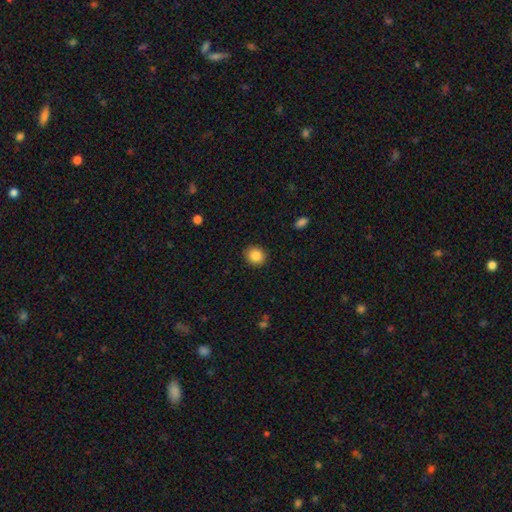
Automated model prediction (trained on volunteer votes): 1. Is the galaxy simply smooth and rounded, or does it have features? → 85% smooth, 10% star or artifact, 6% featured or disk.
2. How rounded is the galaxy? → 79% round, 20% in between, 1% cigar-shaped.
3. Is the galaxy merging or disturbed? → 91% none, 6% minor disturbance, 2% major disturbance, 1% merger.